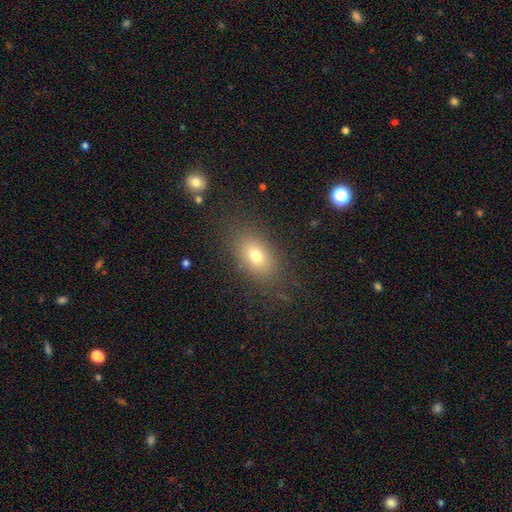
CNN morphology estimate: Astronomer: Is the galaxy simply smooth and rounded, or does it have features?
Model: smooth — 73%.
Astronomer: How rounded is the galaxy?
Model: in between — 81%.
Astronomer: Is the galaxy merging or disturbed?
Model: none — 81%.